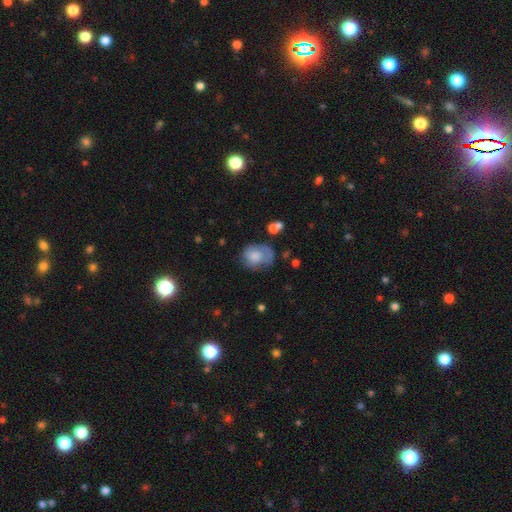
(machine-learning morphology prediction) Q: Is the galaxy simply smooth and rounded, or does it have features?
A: smooth — 61%.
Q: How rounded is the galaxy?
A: round — 54%.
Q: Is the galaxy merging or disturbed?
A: none — 44%.